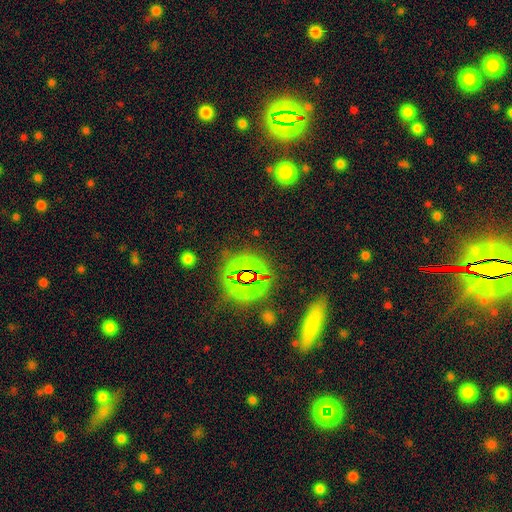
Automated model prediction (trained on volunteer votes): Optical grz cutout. It shows a star or artifact, not a galaxy (70%).